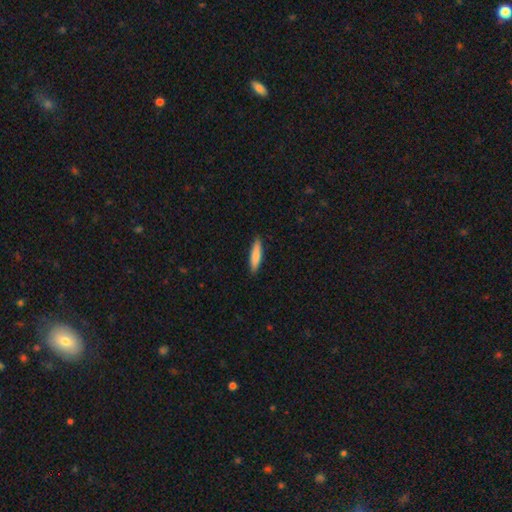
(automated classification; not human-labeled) This appears to be a smooth galaxy with no disk features (82%) that is cigar-shaped (79%). Merging: none (89%).